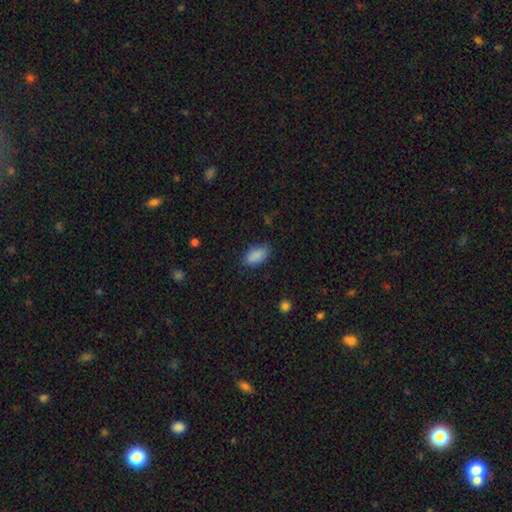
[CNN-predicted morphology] type=smooth (88%); roundness=in between (92%); merging=none (78%).